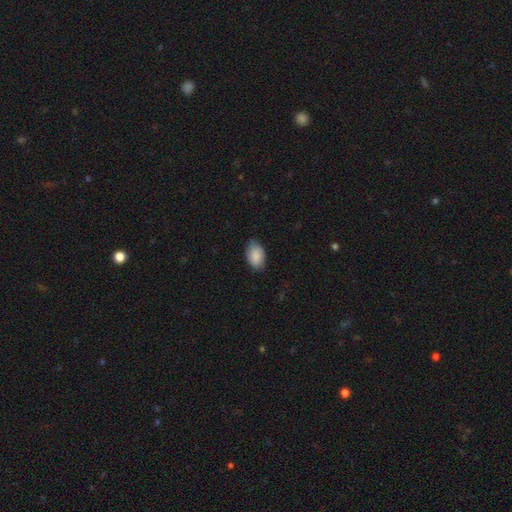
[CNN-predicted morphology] Smooth or featured: smooth — 86% (featured or disk — 7%)
How rounded: in between — 91% (round — 8%)
Merging: none — 76% (minor disturbance — 20%)